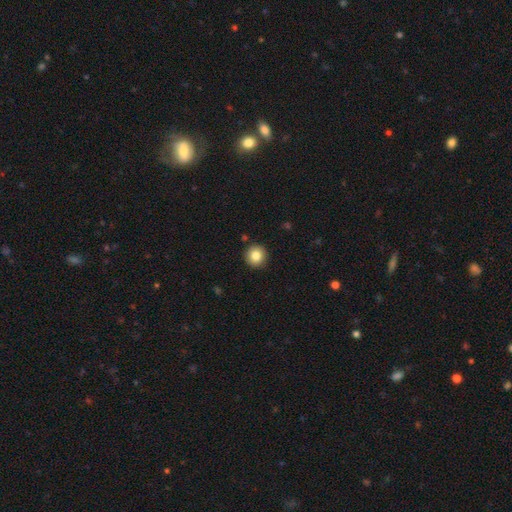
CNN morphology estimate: A smooth galaxy with no disk features (84%) that is round (94%). Merging: none (91%).